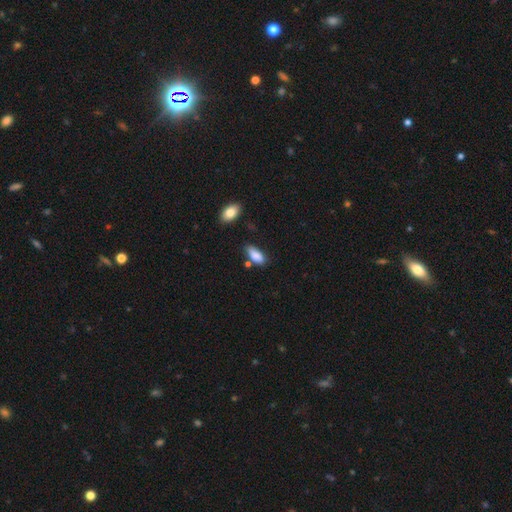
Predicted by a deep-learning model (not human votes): A smooth galaxy with no disk features (85%) that is in between round and cigar-shaped (83%). Merging: none (58%).